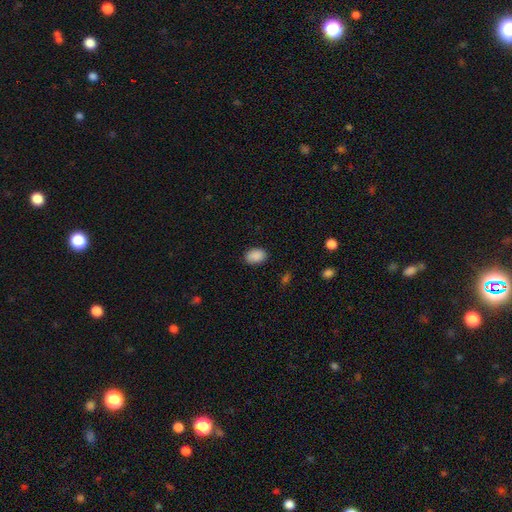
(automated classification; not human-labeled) Smooth or featured: smooth — 89% (star or artifact — 8%)
How rounded: in between — 84% (round — 15%)
Merging: none — 85% (minor disturbance — 12%)